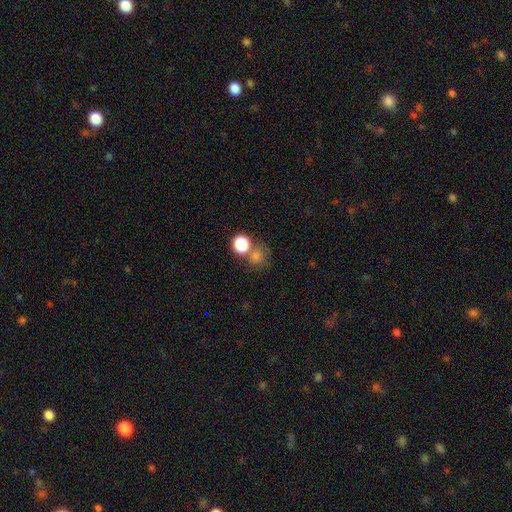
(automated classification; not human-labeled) Smooth or featured? Predicted: smooth (p=0.73). How rounded? Predicted: round (p=0.81). Merging? Predicted: none (p=0.52).